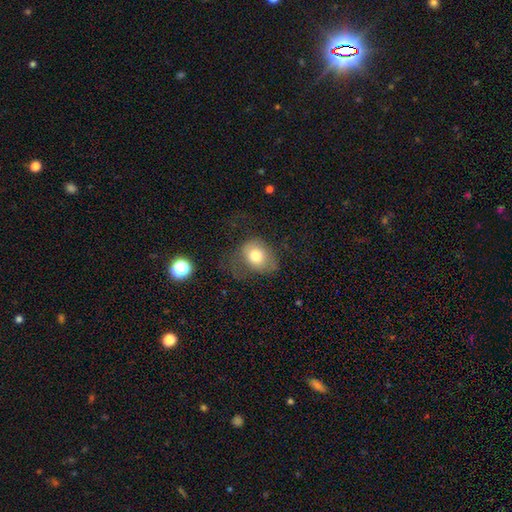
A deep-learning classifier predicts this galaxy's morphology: Smooth or featured: smooth — 73% (featured or disk — 17%)
How rounded: in between — 55% (round — 44%)
Merging: none — 36% (major disturbance — 34%)